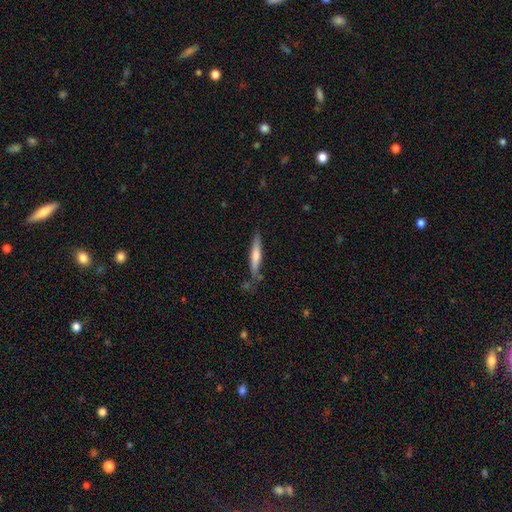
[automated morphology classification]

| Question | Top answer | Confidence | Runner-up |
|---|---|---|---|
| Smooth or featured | smooth | 56% | featured or disk (38%) |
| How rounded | cigar-shaped | 91% | in between (8%) |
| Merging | none | 79% | minor disturbance (15%) |